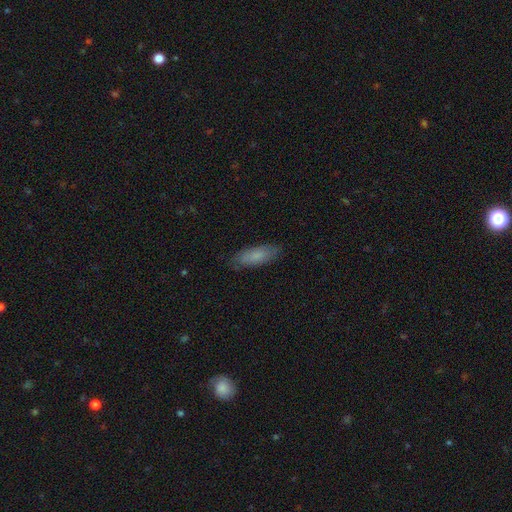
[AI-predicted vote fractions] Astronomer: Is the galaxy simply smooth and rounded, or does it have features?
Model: smooth — 79%.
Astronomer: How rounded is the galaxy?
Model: in between — 65%.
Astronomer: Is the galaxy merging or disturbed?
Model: none — 82%.